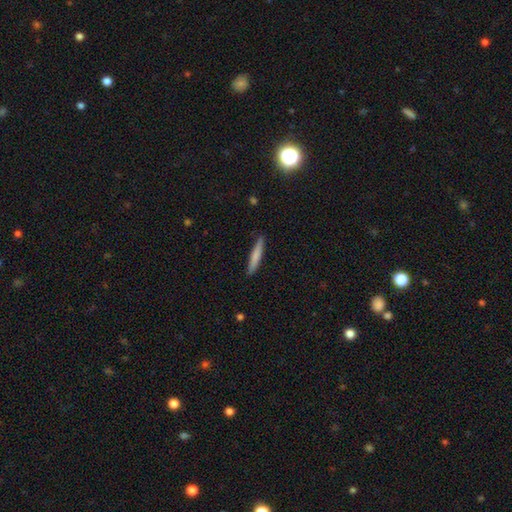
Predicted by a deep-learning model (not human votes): Smooth or featured? smooth (72%)
How rounded? cigar-shaped (93%)
Merging? none (89%)